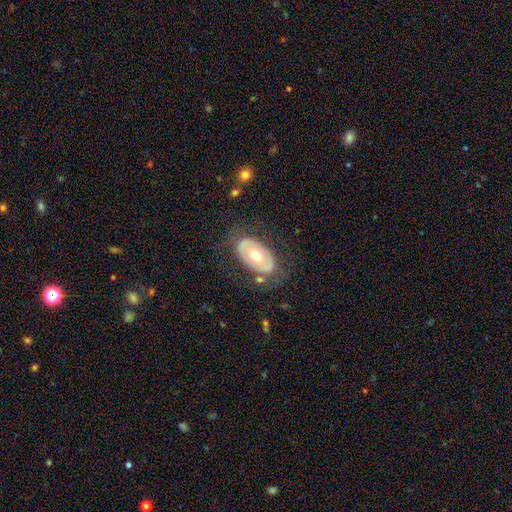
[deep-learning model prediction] A featured or disk galaxy (52%). Merging: none (76%).